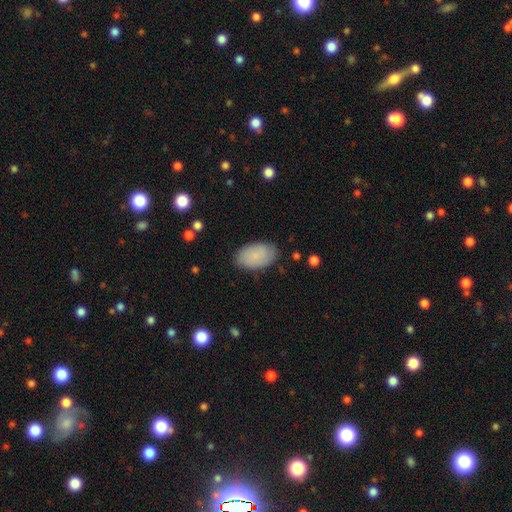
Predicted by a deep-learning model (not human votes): This appears to be a smooth galaxy with no disk features (80%) that is in between round and cigar-shaped (93%). Merging: none (82%).